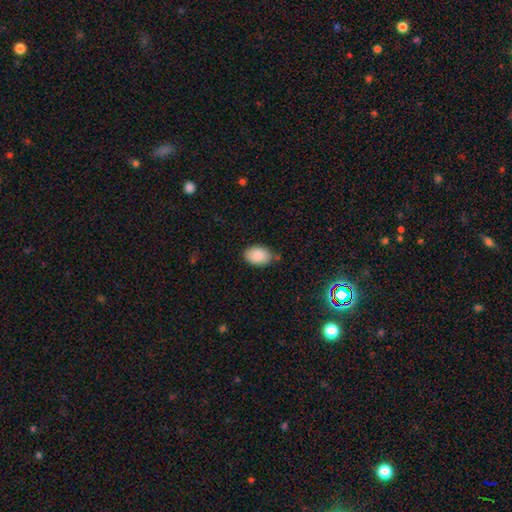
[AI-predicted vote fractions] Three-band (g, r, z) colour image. It shows a smooth galaxy with no disk features (88%) that is in between round and cigar-shaped (87%). Merging: none (73%).